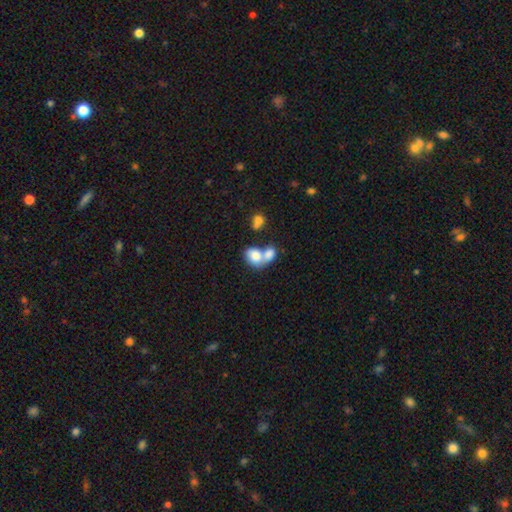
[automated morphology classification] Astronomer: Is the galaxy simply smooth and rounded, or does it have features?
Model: smooth — 77%.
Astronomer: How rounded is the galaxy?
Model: in between — 64%.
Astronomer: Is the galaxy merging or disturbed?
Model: merger — 67%.